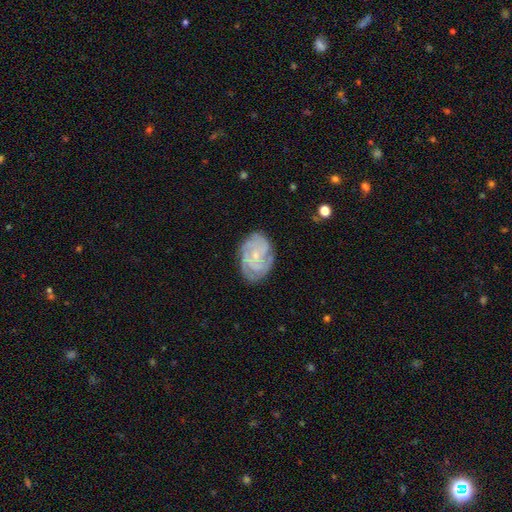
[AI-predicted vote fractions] smooth-or-featured: featured or disk: 80% | smooth: 13% | star or artifact: 7%
  disk-edge-on: no: 97% | yes: 3%
    bar: no: 72% | weak: 23% | strong: 4%
    has-spiral-arms: yes: 94% | no: 6%
      spiral-winding: tight: 68% | medium: 26% | loose: 6%
      spiral-arm-count: can't tell: 31% | 3: 22% | 4: 19% | 2: 15% | more than 4: 7% | 1: 6%
    bulge-size: small: 74% | moderate: 21% | none: 3% | large: 1% | dominant: 1%
  merging: none: 76% | minor disturbance: 18% | major disturbance: 5% | merger: 1%